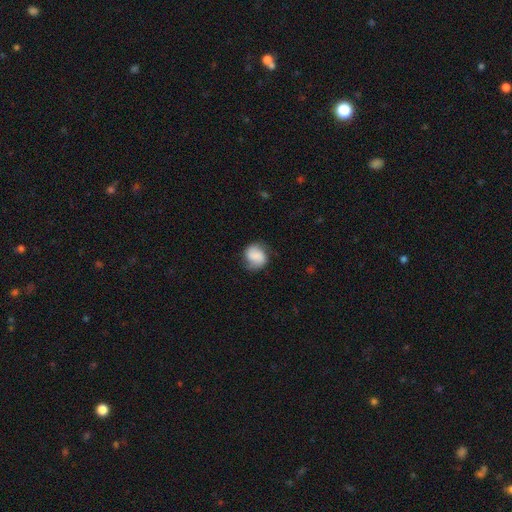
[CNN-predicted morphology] The model was most divided on "smooth or featured": smooth: 62%, featured or disk: 29%, star or artifact: 9%. More confident: how rounded — round (70%); merging — none (67%).